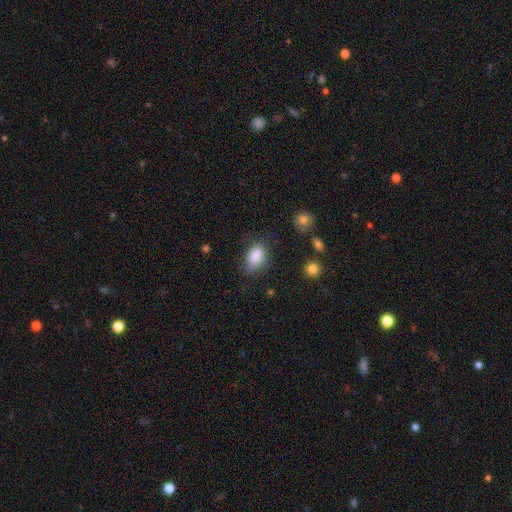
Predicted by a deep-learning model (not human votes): Smooth or featured? smooth (85%)
How rounded? in between (87%)
Merging? none (67%)